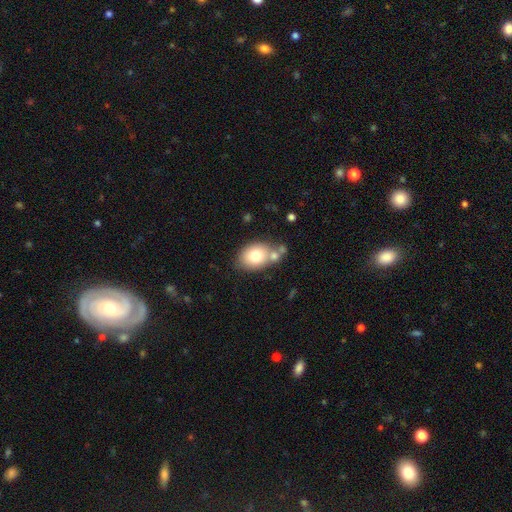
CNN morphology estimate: Smooth or featured?
  - smooth: 74% *
  - featured or disk: 17%
  - star or artifact: 8%
How rounded?
  - in between: 72% *
  - round: 27%
  - cigar-shaped: 1%
Merging?
  - none: 52% *
  - merger: 26%
  - minor disturbance: 17%
  - major disturbance: 5%